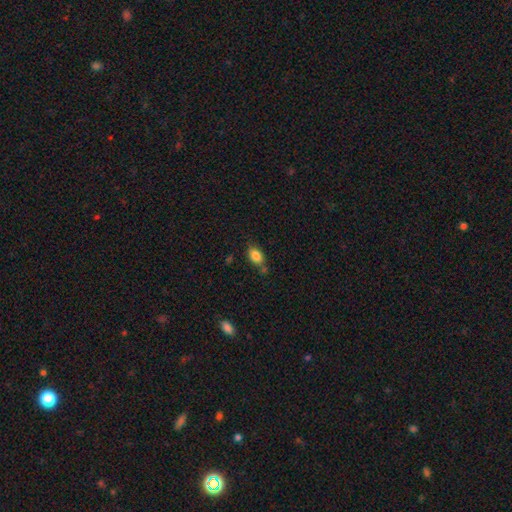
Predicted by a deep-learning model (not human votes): The model was most divided on "merging": none: 67%, minor disturbance: 19%, merger: 10%, major disturbance: 4%. More confident: smooth or featured — smooth (85%); how rounded — in between (83%).